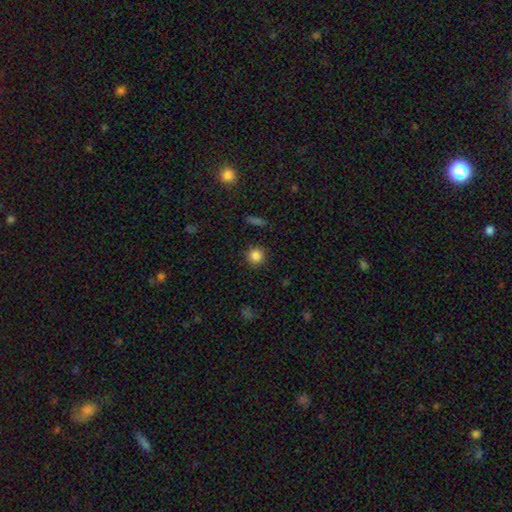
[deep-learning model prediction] This appears to be a smooth galaxy with no disk features (85%) that is round (93%). Merging: none (90%).